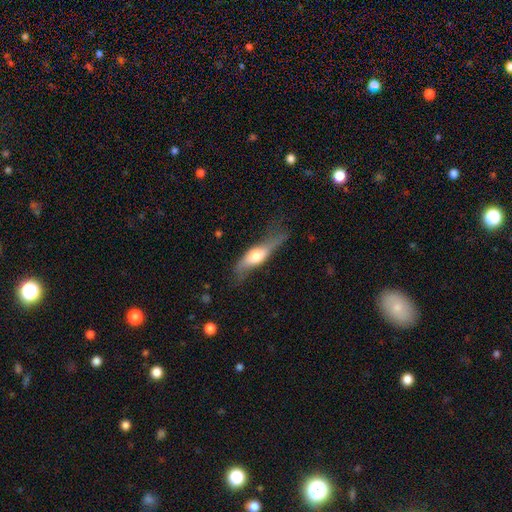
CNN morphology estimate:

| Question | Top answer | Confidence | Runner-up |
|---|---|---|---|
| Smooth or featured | featured or disk | 51% | smooth (43%) |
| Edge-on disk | yes | 71% | no (29%) |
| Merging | none | 46% | minor disturbance (32%) |